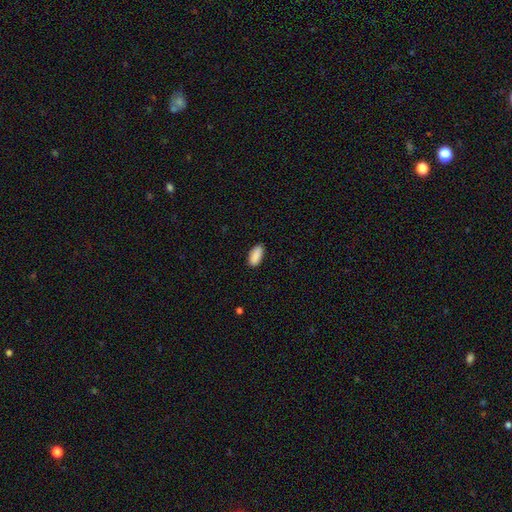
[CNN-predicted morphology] smooth 91%, star or artifact 6%, featured or disk 3%. Down the decision tree: how rounded — in between (89%); merging — none (87%).